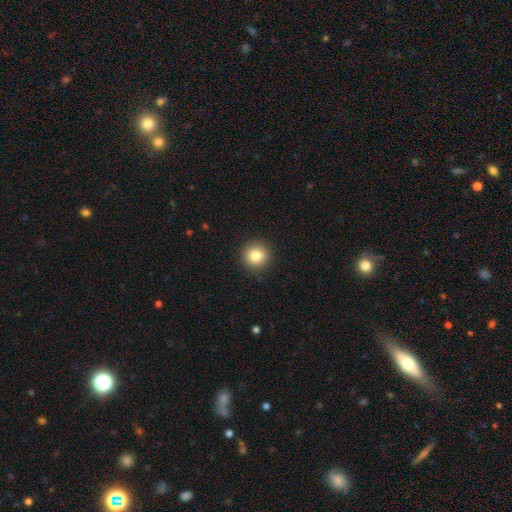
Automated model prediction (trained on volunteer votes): smooth_or_featured: smooth (p=0.82) [alt: star or artifact p=0.10]
how_rounded: round (p=0.93) [alt: in between p=0.06]
merging: none (p=0.91) [alt: minor disturbance p=0.06]